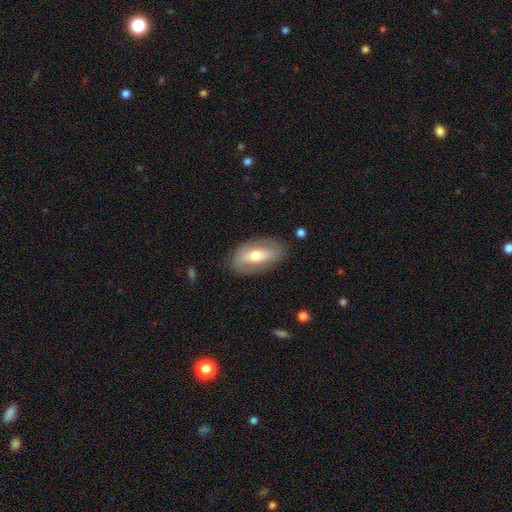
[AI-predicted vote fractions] Q: Smooth or featured?
A: featured or disk (48%); runner-up: smooth (46%)
Q: Merging?
A: none (81%); runner-up: minor disturbance (13%)